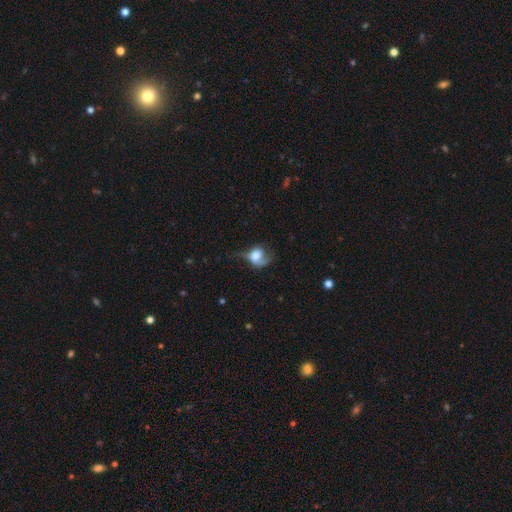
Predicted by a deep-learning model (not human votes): Smooth or featured? Predicted: smooth (p=0.52). How rounded? Predicted: round (p=0.57). Merging? Predicted: major disturbance (p=0.43).